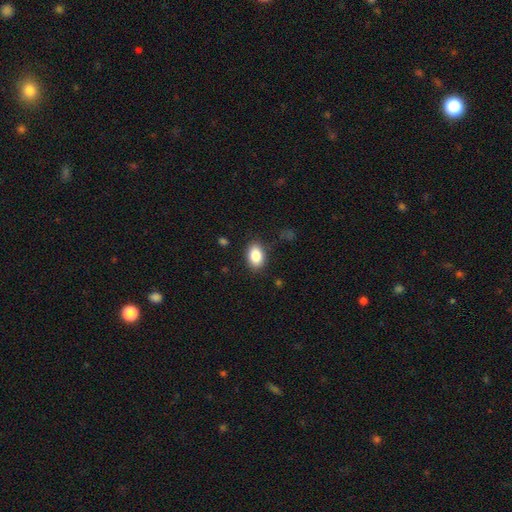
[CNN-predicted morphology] A smooth galaxy with no disk features (86%) that is in between round and cigar-shaped (85%). Merging: none (85%).